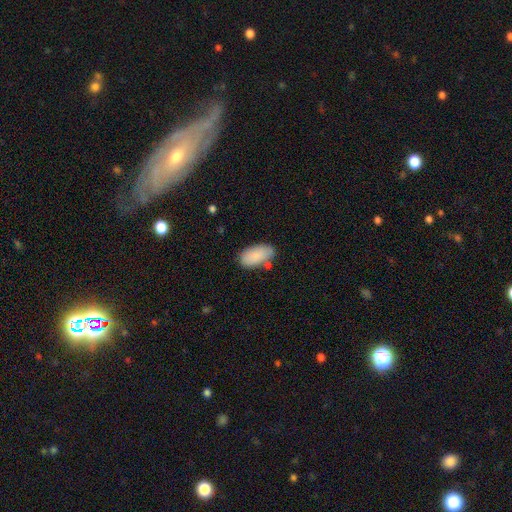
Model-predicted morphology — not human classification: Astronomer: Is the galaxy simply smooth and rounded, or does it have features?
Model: smooth — 87%.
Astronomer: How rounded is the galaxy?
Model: in between — 95%.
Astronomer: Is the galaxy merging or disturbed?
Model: none — 72%.